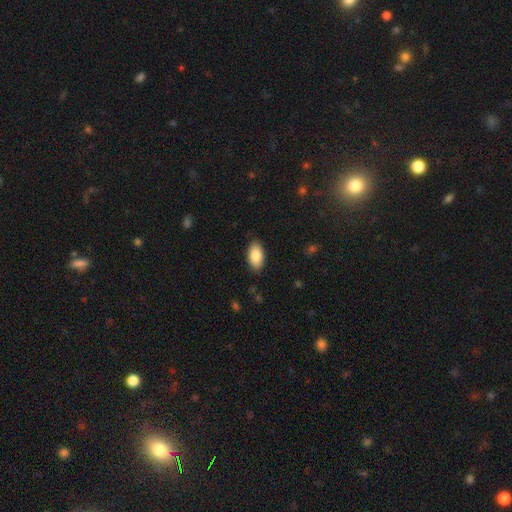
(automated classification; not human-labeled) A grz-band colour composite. It shows a smooth galaxy with no disk features (86%) that is in between round and cigar-shaped (94%). Merging: none (87%).